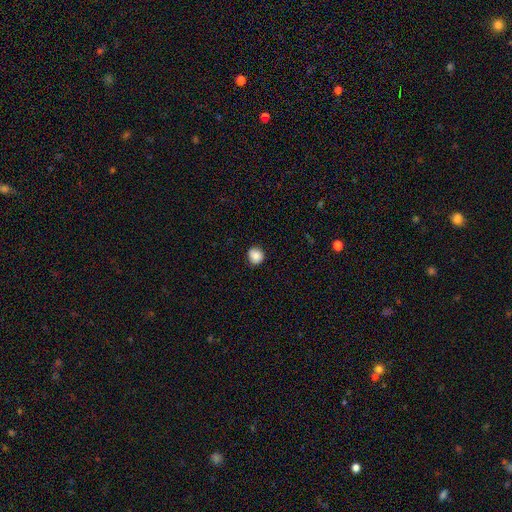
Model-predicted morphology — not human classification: A smooth galaxy with no disk features (83%) that is round (86%). Merging: none (83%).